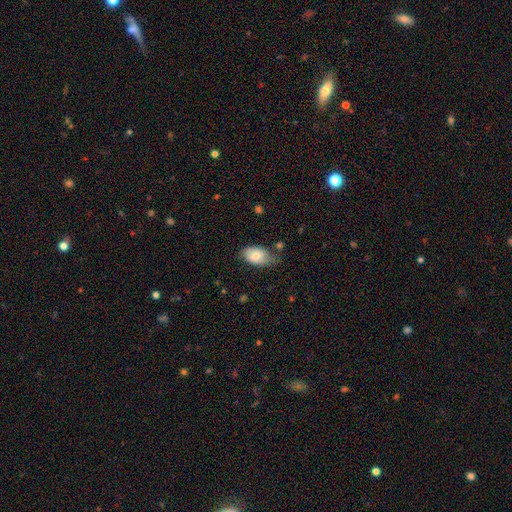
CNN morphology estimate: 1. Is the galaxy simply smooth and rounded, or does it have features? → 72% smooth, 21% featured or disk, 7% star or artifact.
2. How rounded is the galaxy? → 92% in between, 6% round, 2% cigar-shaped.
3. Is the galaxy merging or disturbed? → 54% none, 33% minor disturbance, 9% major disturbance, 4% merger.